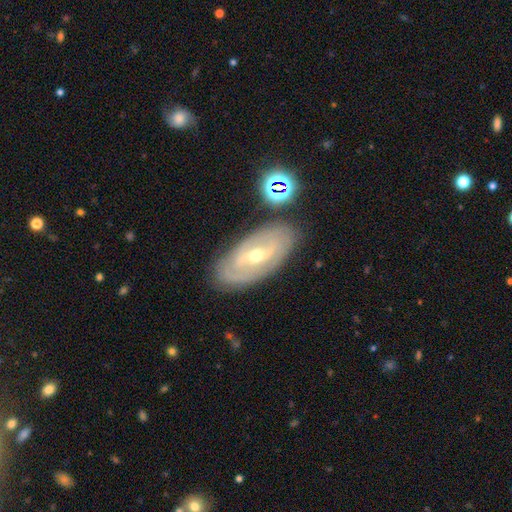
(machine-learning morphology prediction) featured or disk 76%, smooth 17%, star or artifact 7%. Down the decision tree: edge-on disk — no (92%); bar — weak (44%); spiral arms — yes (75%); spiral arm count — 2 (50%); spiral winding — tight (58%); bulge size — moderate (54%); merging — none (80%).